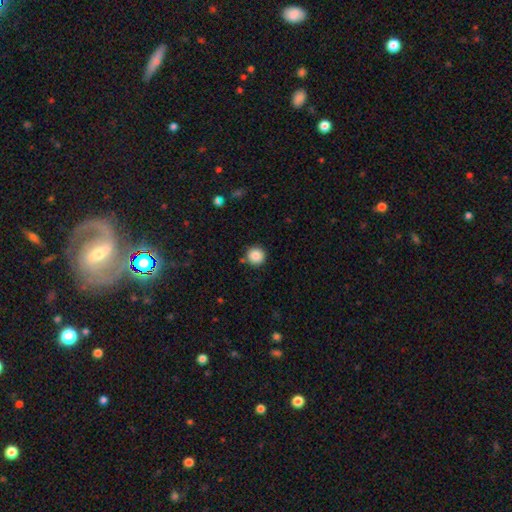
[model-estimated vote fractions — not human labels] Overall: smooth (87%). How rounded: round (95%). Merging: none (86%).